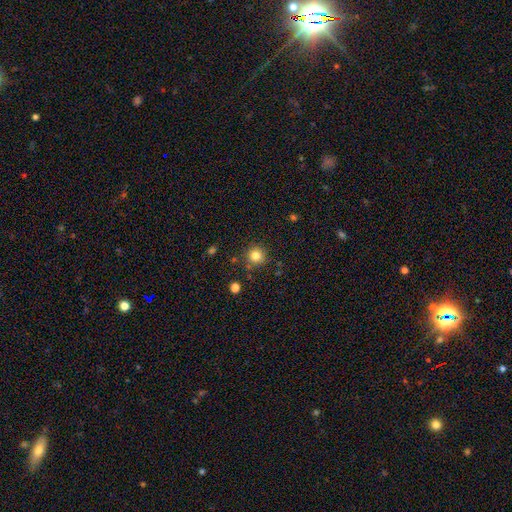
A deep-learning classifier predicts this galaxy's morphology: This is clearly a smooth galaxy (81%). How rounded: clearly round (94%). Merging: clearly none (85%).